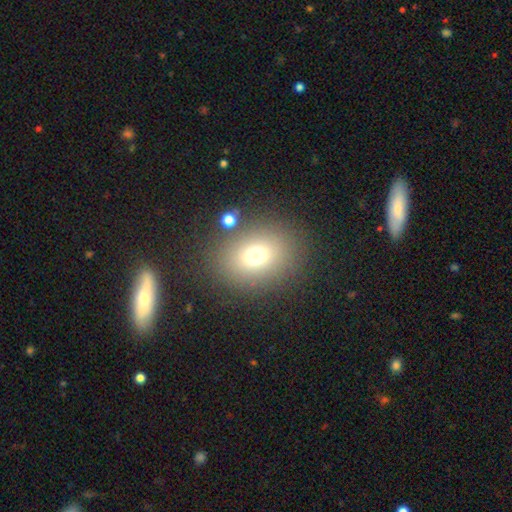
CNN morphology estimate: Smooth or featured? Predicted: smooth (p=0.72). How rounded? Predicted: in between (p=0.54). Merging? Predicted: none (p=0.82).